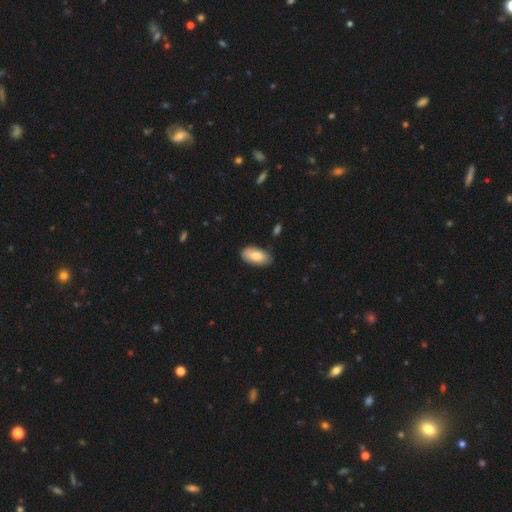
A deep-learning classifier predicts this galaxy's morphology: A smooth galaxy with no disk features (83%) that is in between round and cigar-shaped (94%).

Vote fractions:
- Smooth or featured? smooth: 83% / featured or disk: 11% / star or artifact: 6%
- How rounded? in between: 94% / cigar-shaped: 4% / round: 2%
- Merging? none: 79% / minor disturbance: 16% / major disturbance: 3% / merger: 2%